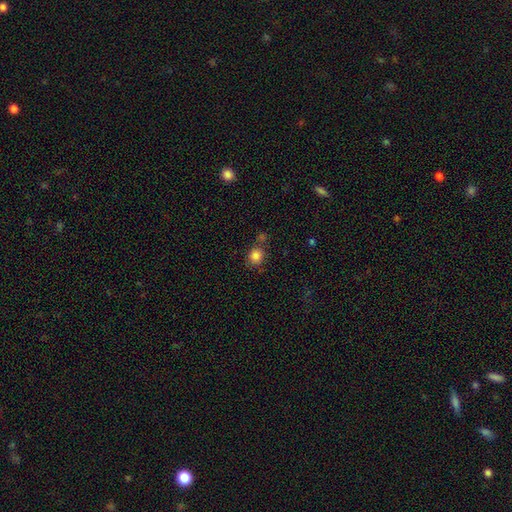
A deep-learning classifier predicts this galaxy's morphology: smooth 84%, star or artifact 11%, featured or disk 5%. Down the decision tree: how rounded — round (81%); merging — none (68%).